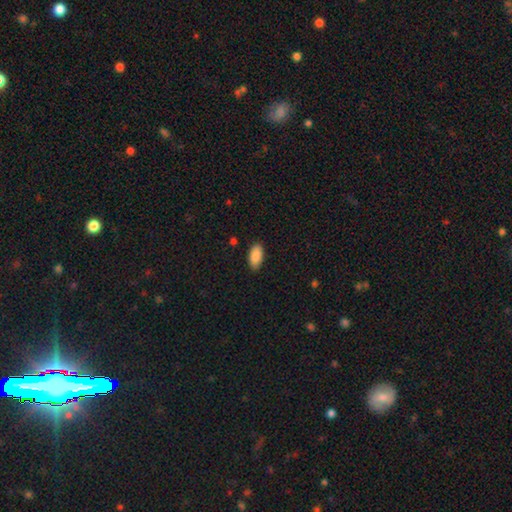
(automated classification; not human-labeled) Smooth or featured: smooth — 90% (star or artifact — 6%)
How rounded: in between — 93% (cigar-shaped — 5%)
Merging: none — 87% (minor disturbance — 10%)